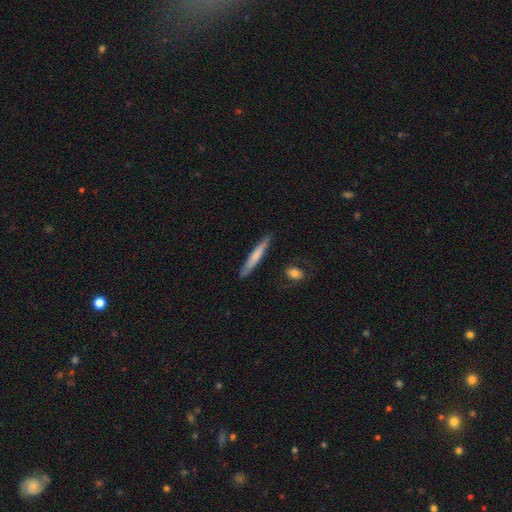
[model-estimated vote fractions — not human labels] Overall: smooth (64%; featured or disk 31%). How rounded: cigar-shaped (95%). Merging: none (85%).